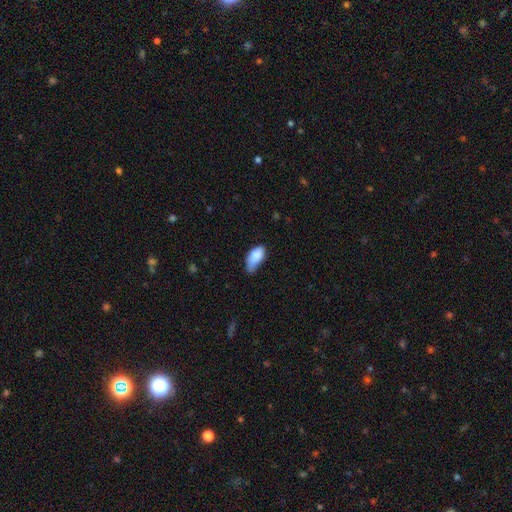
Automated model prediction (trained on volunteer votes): Smooth or featured?
  - smooth: 85% *
  - featured or disk: 8%
  - star or artifact: 7%
How rounded?
  - in between: 91% *
  - cigar-shaped: 6%
  - round: 3%
Merging?
  - minor disturbance: 49% *
  - none: 36%
  - major disturbance: 13%
  - merger: 3%